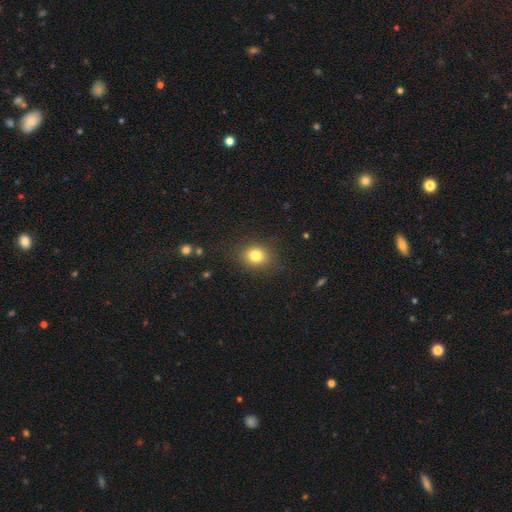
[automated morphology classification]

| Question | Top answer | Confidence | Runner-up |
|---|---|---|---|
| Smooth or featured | smooth | 81% | star or artifact (12%) |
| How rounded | round | 72% | in between (27%) |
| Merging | none | 86% | minor disturbance (9%) |